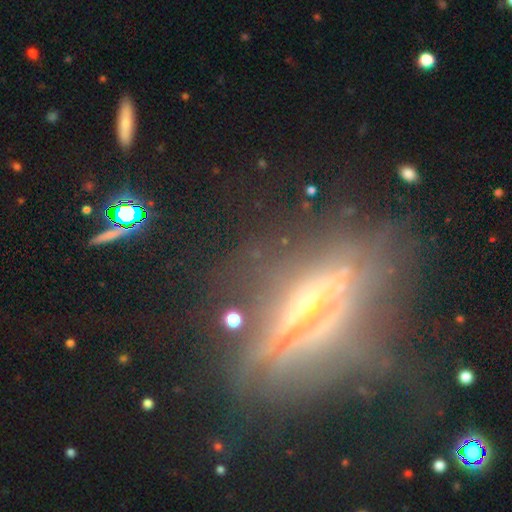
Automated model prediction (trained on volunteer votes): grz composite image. It shows a featured or disk galaxy (65%) viewed edge-on (72%). Merging: none (68%).